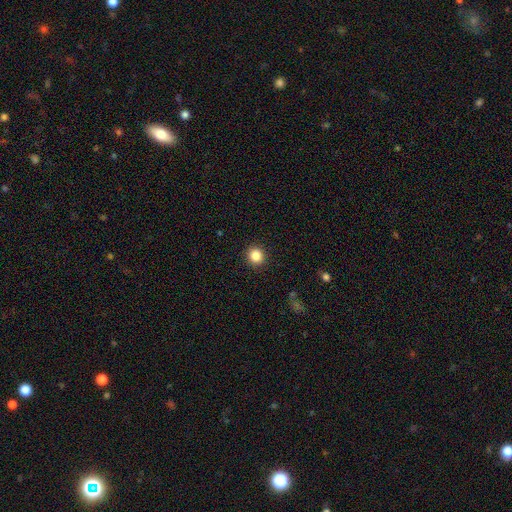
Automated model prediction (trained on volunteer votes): This appears to be a smooth galaxy with no disk features (85%) that is round (92%). Merging: none (92%).